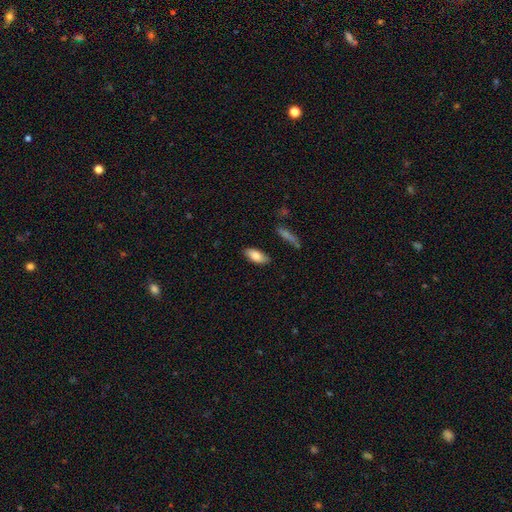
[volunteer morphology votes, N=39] Volunteers were most divided on "how rounded": in between: 86%, cigar-shaped: 14%, round: 0%. More confident: merging — none (94%); smooth or featured — smooth (90%).